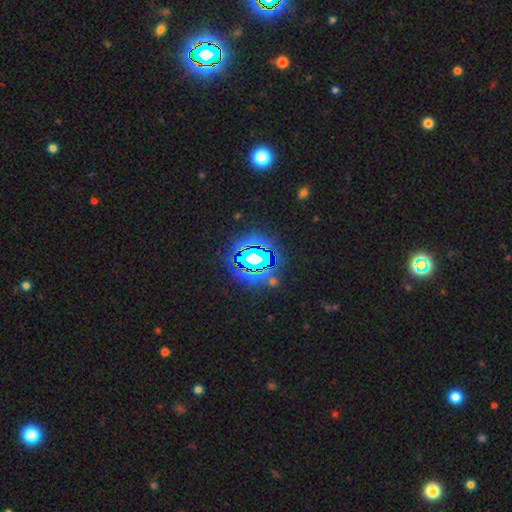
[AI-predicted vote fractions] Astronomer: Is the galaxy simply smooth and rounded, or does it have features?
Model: star or artifact — 74%.